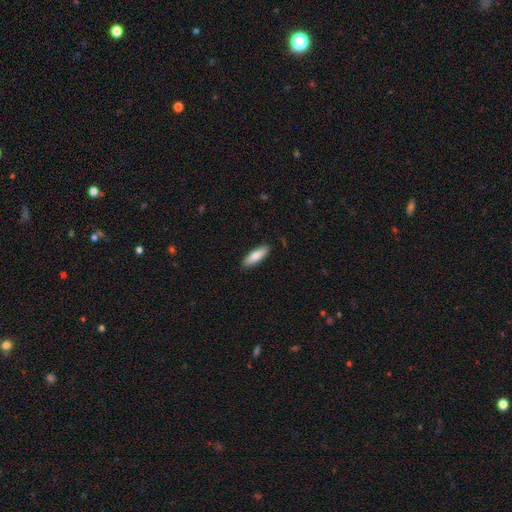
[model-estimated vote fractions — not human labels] Smooth or featured? Predicted: smooth (p=0.80). How rounded? Predicted: in between (p=0.50). Merging? Predicted: none (p=0.88).